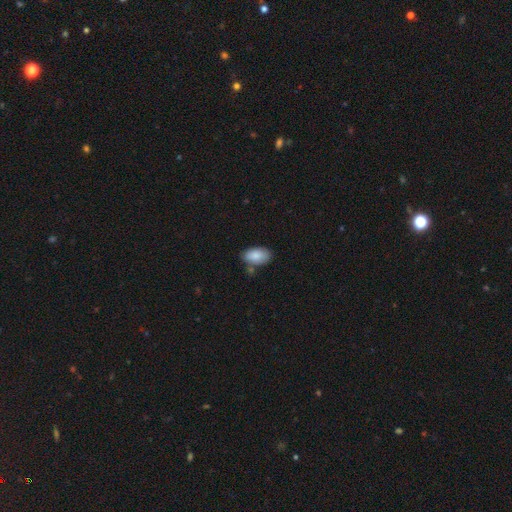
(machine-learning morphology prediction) smooth_or_featured: smooth (p=0.86) [alt: featured or disk p=0.08]
how_rounded: in between (p=0.94) [alt: round p=0.04]
merging: none (p=0.70) [alt: minor disturbance p=0.19]